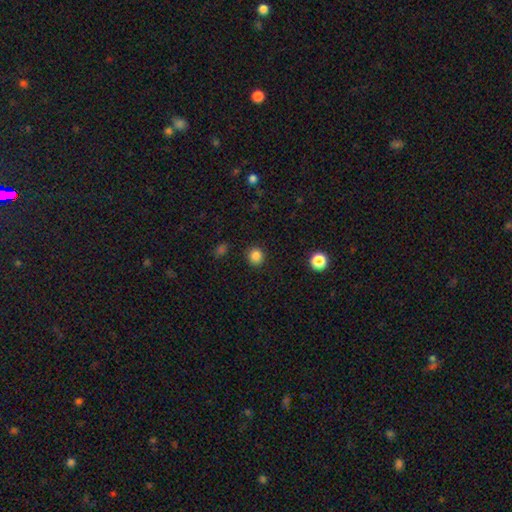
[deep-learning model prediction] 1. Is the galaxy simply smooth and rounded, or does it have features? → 85% smooth, 11% star or artifact, 3% featured or disk.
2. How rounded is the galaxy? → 89% round, 10% in between, 1% cigar-shaped.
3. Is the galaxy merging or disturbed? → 91% none, 6% minor disturbance, 2% major disturbance, 1% merger.